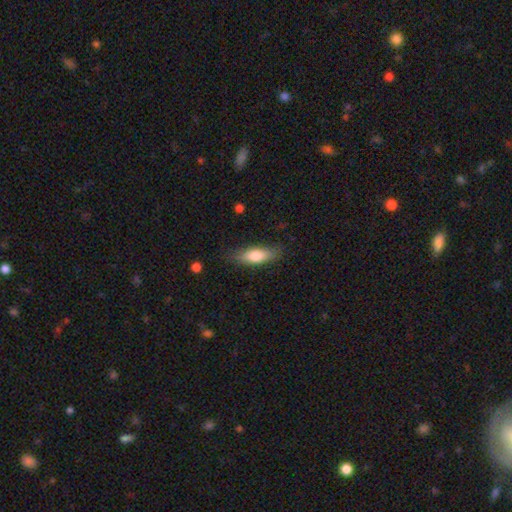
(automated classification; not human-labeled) Smooth or featured? Predicted: smooth (p=0.75). How rounded? Predicted: in between (p=0.59). Merging? Predicted: none (p=0.80).